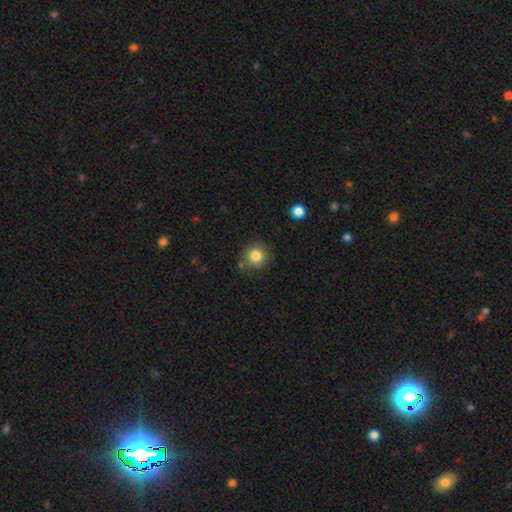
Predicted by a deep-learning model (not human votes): Smooth or featured? Predicted: smooth (p=0.84). How rounded? Predicted: round (p=0.93). Merging? Predicted: none (p=0.81).